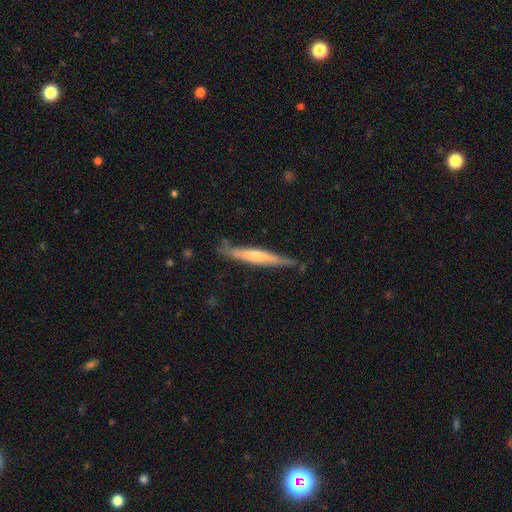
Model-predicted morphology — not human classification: smooth-or-featured: featured or disk: 53% | smooth: 42% | star or artifact: 6%
  disk-edge-on: yes: 92% | no: 8%
  merging: none: 77% | minor disturbance: 18% | major disturbance: 3% | merger: 2%